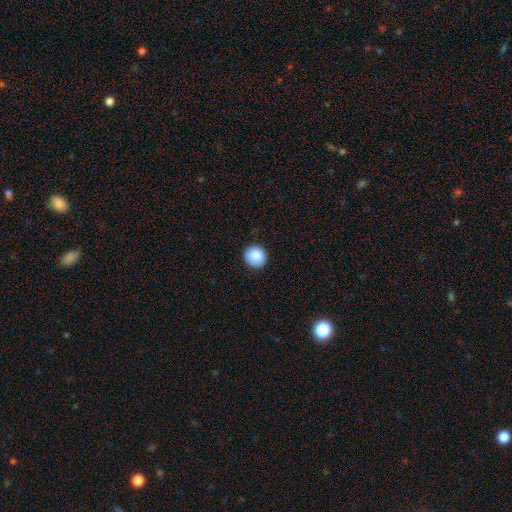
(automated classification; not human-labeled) Q: Smooth or featured?
A: smooth (86%); runner-up: star or artifact (9%)
Q: How rounded?
A: round (93%); runner-up: in between (6%)
Q: Merging?
A: none (90%); runner-up: minor disturbance (7%)